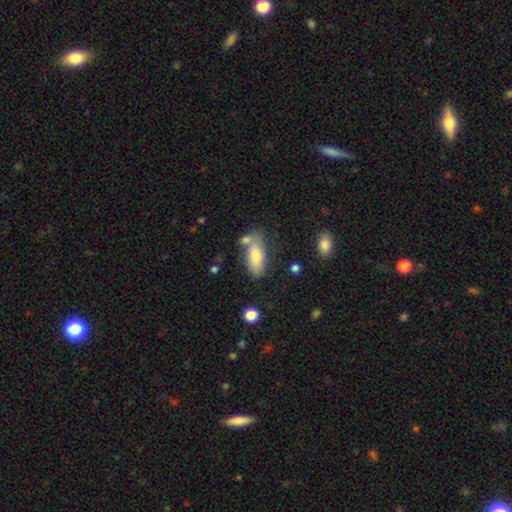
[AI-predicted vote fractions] Q: Smooth or featured?
A: smooth (78%); runner-up: featured or disk (15%)
Q: How rounded?
A: in between (82%); runner-up: cigar-shaped (16%)
Q: Merging?
A: none (59%); runner-up: minor disturbance (19%)